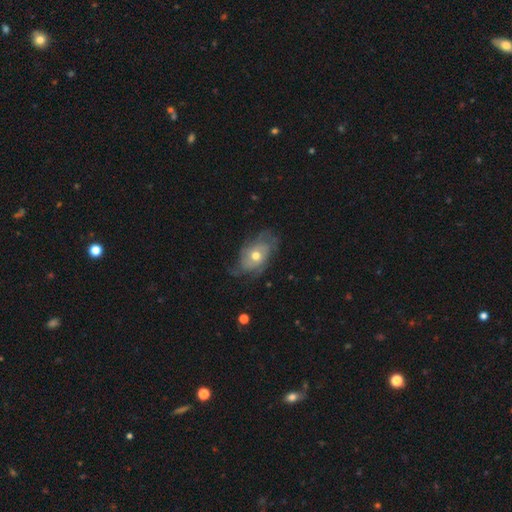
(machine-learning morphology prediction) Smooth or featured: featured or disk — 69% (smooth — 24%)
Edge-on disk: no — 94% (yes — 6%)
Bar: no — 84% (weak — 13%)
Spiral arms: yes — 77% (no — 23%)
Bulge size: moderate — 75% (small — 16%)
Merging: none — 54% (minor disturbance — 28%)